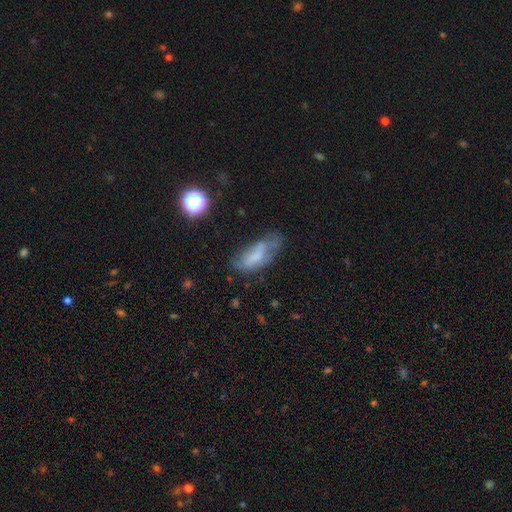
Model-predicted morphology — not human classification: This is possibly a smooth galaxy (55%). How rounded: likely in between (77%). Merging: marginally none (40%).